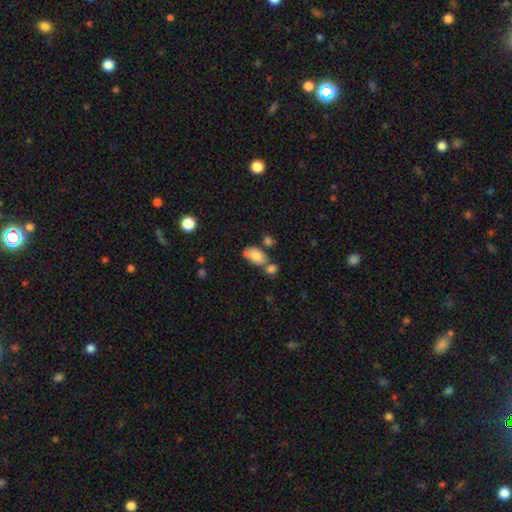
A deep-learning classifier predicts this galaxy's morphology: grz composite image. It shows a smooth galaxy with no disk features (78%) that is in between round and cigar-shaped (89%). Merging: none (42%).